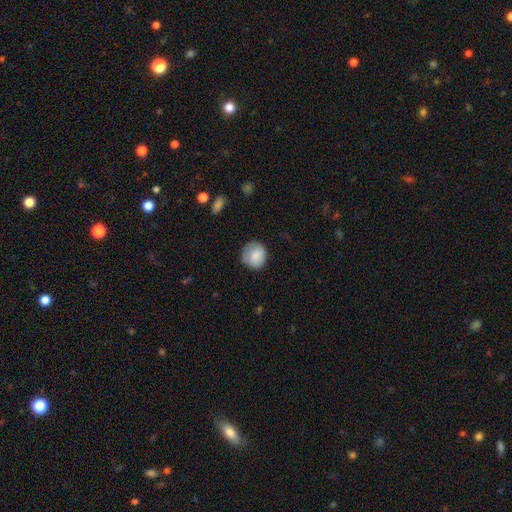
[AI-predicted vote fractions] smooth 84%, featured or disk 9%, star or artifact 7%. Down the decision tree: how rounded — round (86%); merging — none (72%).